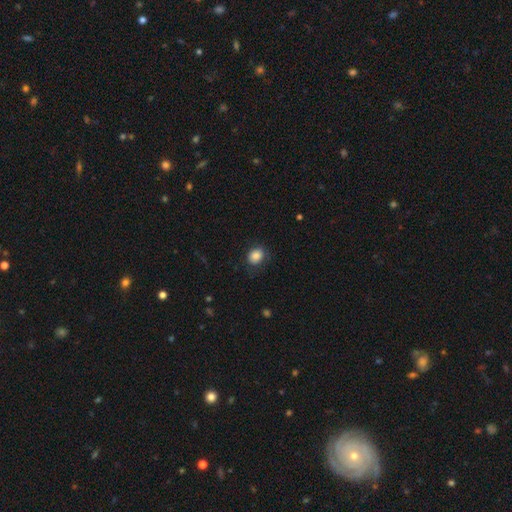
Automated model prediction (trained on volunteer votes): Morphology: type=smooth (84%); roundness=round (54%); merging=none (78%).